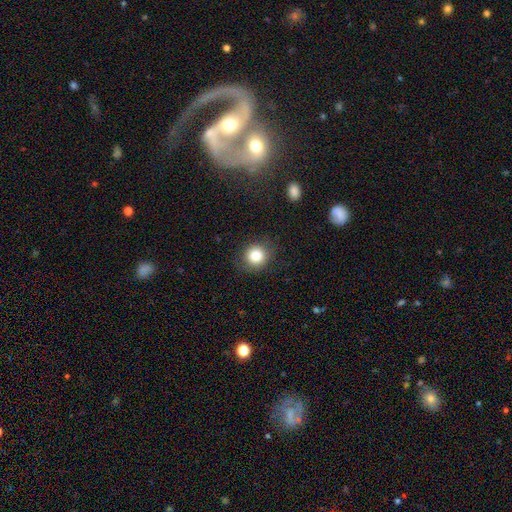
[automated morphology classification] A smooth galaxy with no disk features (83%) that is round (86%).

Vote fractions:
- Smooth or featured? smooth: 83% / star or artifact: 11% / featured or disk: 7%
- How rounded? round: 86% / in between: 13% / cigar-shaped: 1%
- Merging? none: 84% / minor disturbance: 11% / major disturbance: 4% / merger: 1%